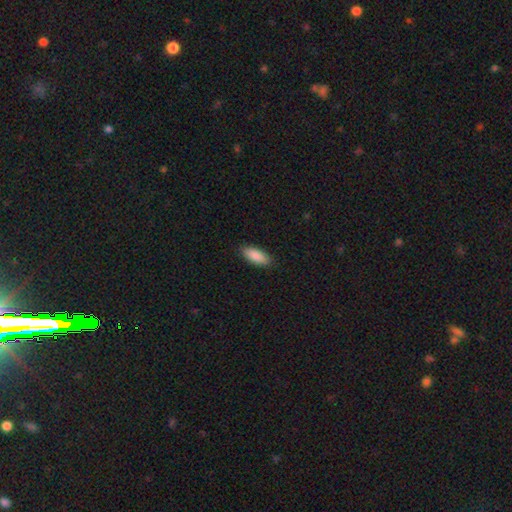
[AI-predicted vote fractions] smooth 88%, featured or disk 6%, star or artifact 6%. Down the decision tree: how rounded — in between (81%); merging — none (89%).